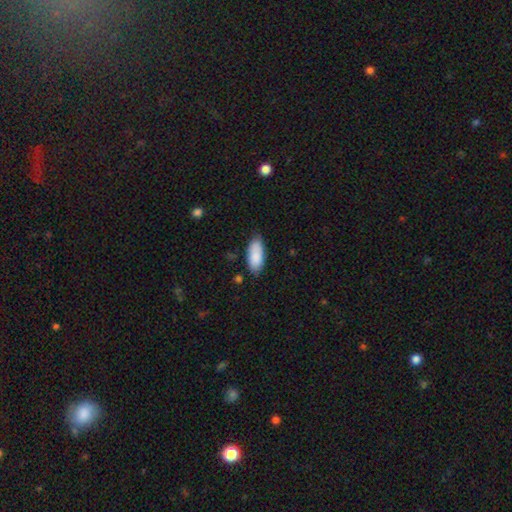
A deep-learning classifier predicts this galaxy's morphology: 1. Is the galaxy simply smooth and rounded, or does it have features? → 87% smooth, 7% featured or disk, 6% star or artifact.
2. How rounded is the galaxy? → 87% in between, 11% cigar-shaped, 2% round.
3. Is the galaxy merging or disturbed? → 74% none, 20% minor disturbance, 3% major disturbance, 2% merger.